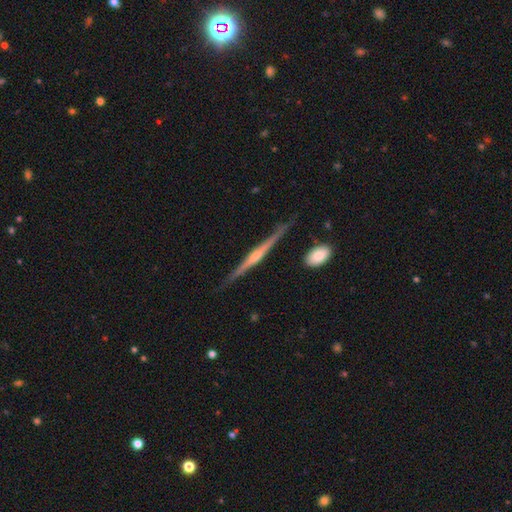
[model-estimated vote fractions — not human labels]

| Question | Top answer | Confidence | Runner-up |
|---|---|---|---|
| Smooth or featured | featured or disk | 82% | smooth (11%) |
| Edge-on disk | yes | 98% | no (2%) |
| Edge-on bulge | rounded | 72% | none (18%) |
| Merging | none | 87% | minor disturbance (9%) |